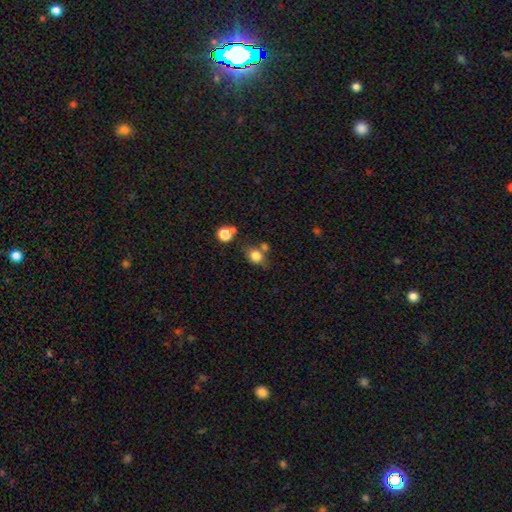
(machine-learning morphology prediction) Q: Smooth or featured?
A: smooth (80%); runner-up: star or artifact (11%)
Q: How rounded?
A: round (53%); runner-up: in between (46%)
Q: Merging?
A: none (59%); runner-up: merger (18%)